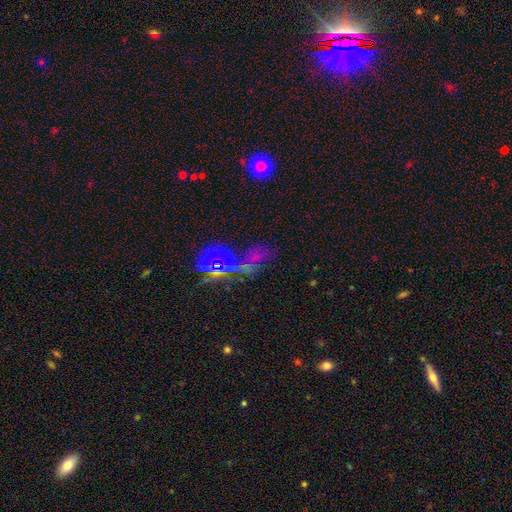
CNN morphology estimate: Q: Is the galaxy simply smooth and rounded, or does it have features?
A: star or artifact — 56%.